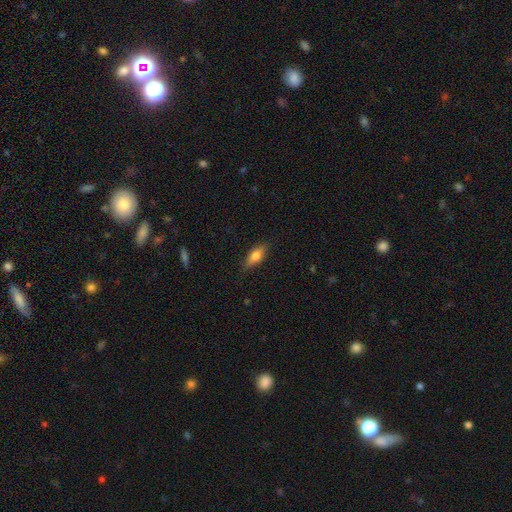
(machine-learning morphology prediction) smooth_or_featured: smooth (p=0.65) [alt: featured or disk p=0.28]
how_rounded: in between (p=0.67) [alt: cigar-shaped p=0.29]
merging: none (p=0.83) [alt: minor disturbance p=0.13]